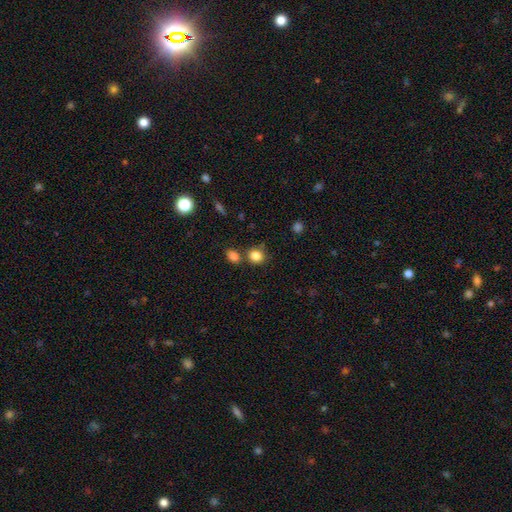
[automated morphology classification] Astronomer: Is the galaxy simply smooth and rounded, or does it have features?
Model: smooth — 84%.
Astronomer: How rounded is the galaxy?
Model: round — 75%.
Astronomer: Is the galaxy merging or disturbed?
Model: none — 69%.